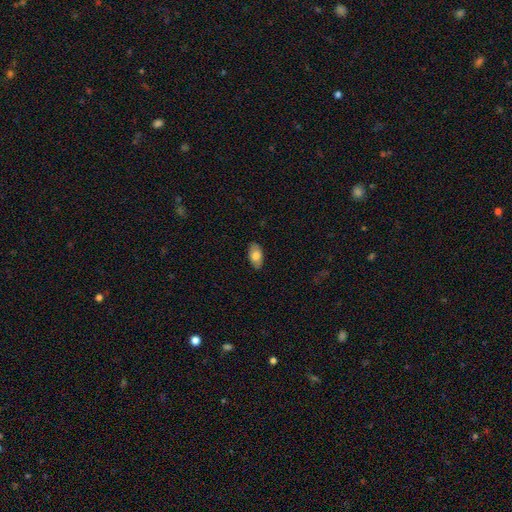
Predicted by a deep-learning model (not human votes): A smooth galaxy with no disk features (75%) that is in between round and cigar-shaped (94%). Merging: none (86%).